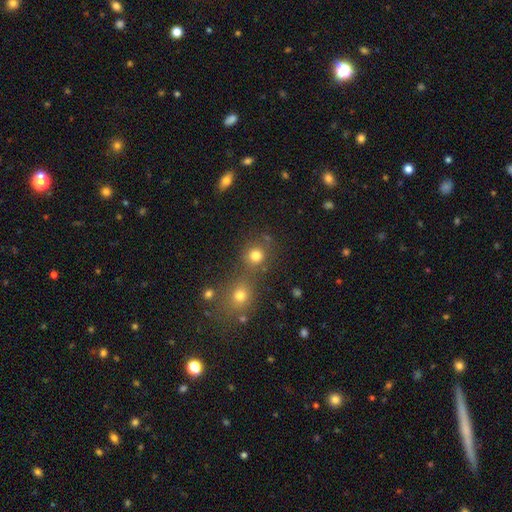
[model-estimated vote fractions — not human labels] Morphology: type=smooth (77%); roundness=round (87%); merging=none (61%).